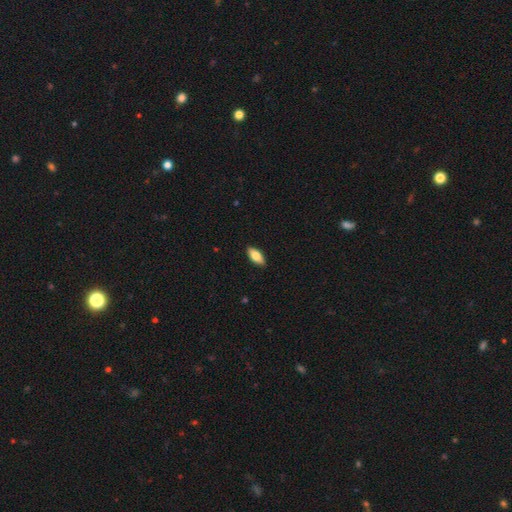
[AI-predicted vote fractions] smooth_or_featured: smooth (p=0.77) [alt: featured or disk p=0.17]
how_rounded: in between (p=0.84) [alt: cigar-shaped p=0.14]
merging: none (p=0.90) [alt: minor disturbance p=0.08]